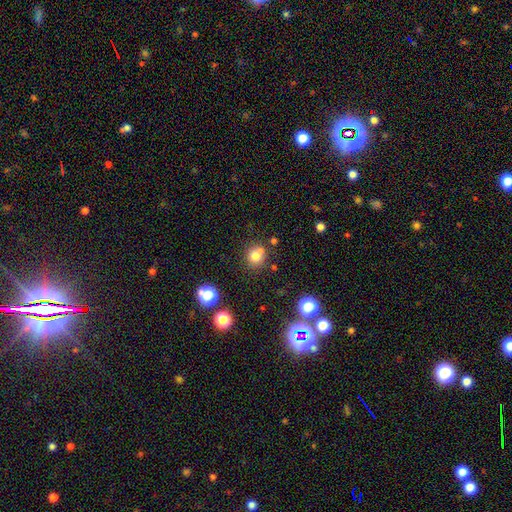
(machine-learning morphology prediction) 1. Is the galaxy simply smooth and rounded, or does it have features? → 75% smooth, 15% star or artifact, 10% featured or disk.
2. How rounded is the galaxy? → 87% round, 12% in between, 1% cigar-shaped.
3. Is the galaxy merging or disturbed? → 65% none, 21% merger, 11% minor disturbance, 4% major disturbance.